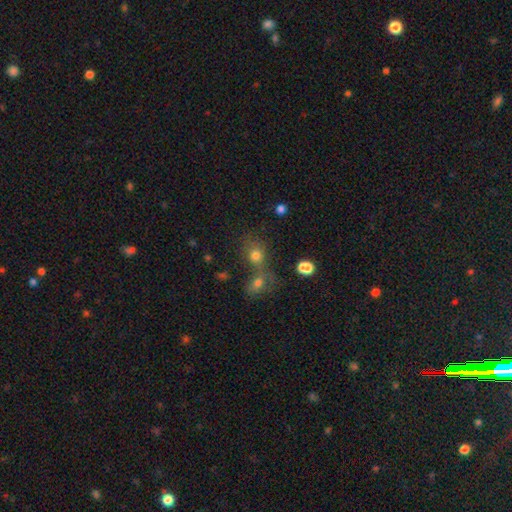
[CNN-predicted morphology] smooth_or_featured: smooth (p=0.74) [alt: star or artifact p=0.16]
how_rounded: round (p=0.71) [alt: in between p=0.28]
merging: none (p=0.44) [alt: merger p=0.41]